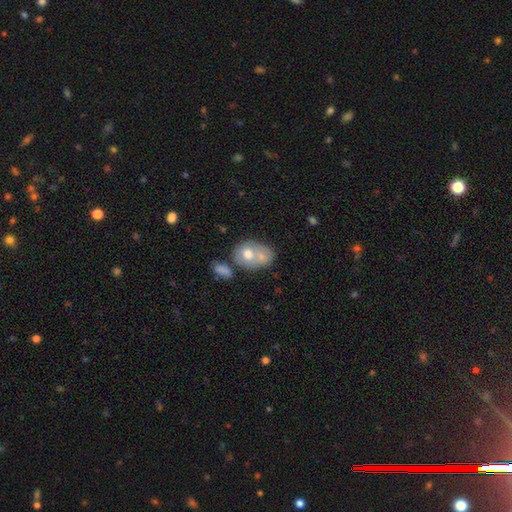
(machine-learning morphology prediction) Smooth or featured? smooth (58%)
How rounded? in between (61%)
Merging? merger (54%)